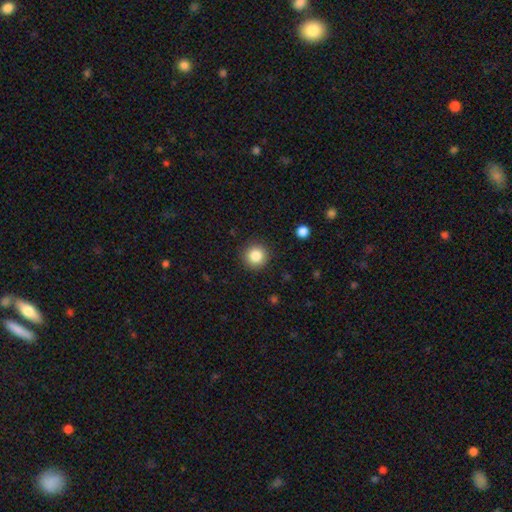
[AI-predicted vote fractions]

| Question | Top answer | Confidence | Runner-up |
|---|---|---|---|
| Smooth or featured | smooth | 84% | star or artifact (10%) |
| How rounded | round | 95% | in between (4%) |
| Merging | none | 91% | minor disturbance (6%) |